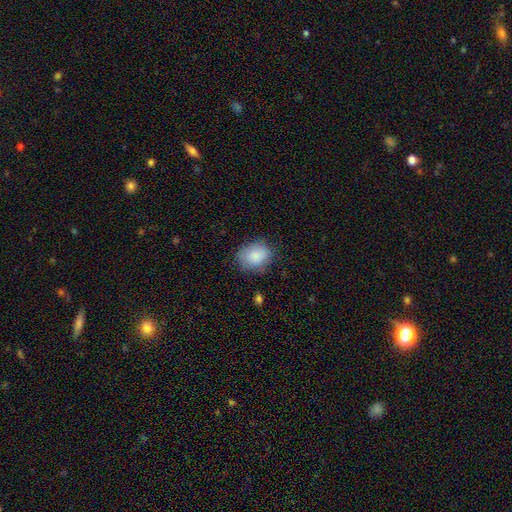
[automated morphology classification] Smooth or featured? smooth (86%)
How rounded? in between (55%)
Merging? none (75%)